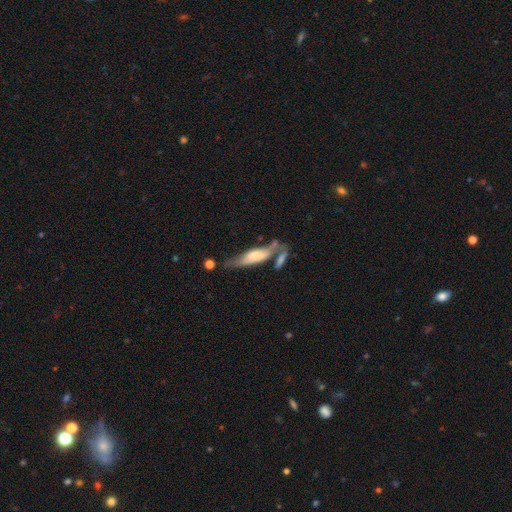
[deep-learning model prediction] Smooth or featured: smooth — 49% (featured or disk — 45%)
Merging: none — 39% (merger — 25%)